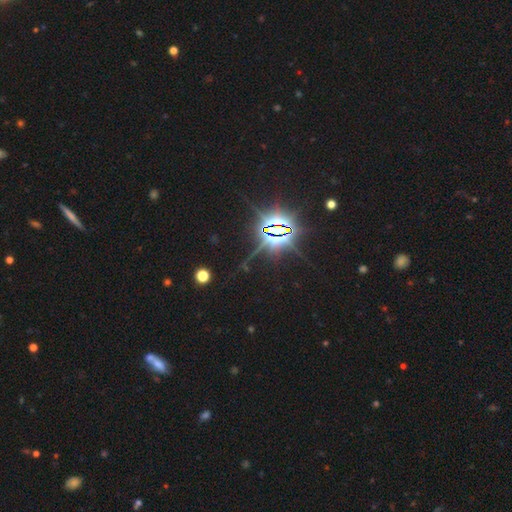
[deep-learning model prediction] A star or artifact, not a galaxy (85%).